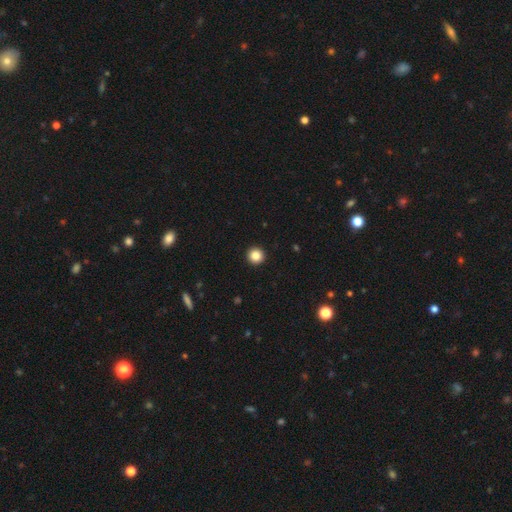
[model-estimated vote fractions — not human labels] A smooth galaxy with no disk features (86%) that is round (96%).

Vote fractions:
- Smooth or featured? smooth: 86% / star or artifact: 10% / featured or disk: 4%
- How rounded? round: 96% / in between: 3% / cigar-shaped: 1%
- Merging? none: 94% / minor disturbance: 4% / major disturbance: 1% / merger: 1%